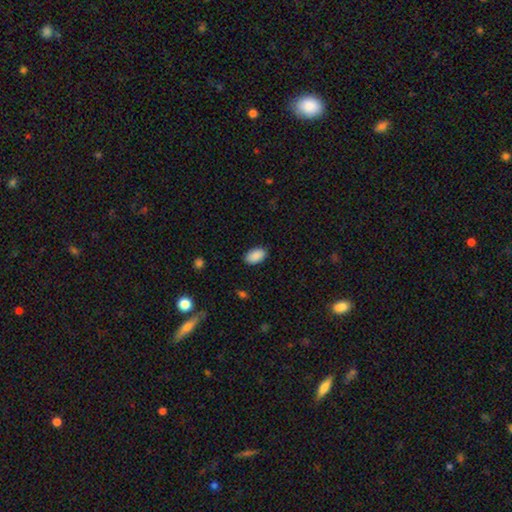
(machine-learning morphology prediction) Smooth or featured: smooth — 90% (star or artifact — 7%)
How rounded: in between — 94% (round — 5%)
Merging: none — 86% (minor disturbance — 10%)